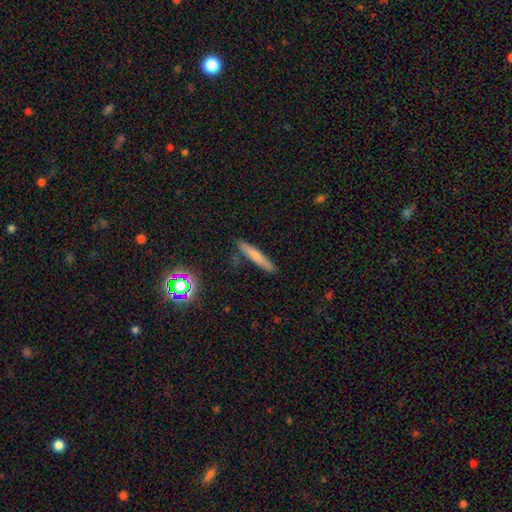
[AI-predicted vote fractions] A smooth galaxy with no disk features (66%) that is cigar-shaped (92%). Merging: none (84%).